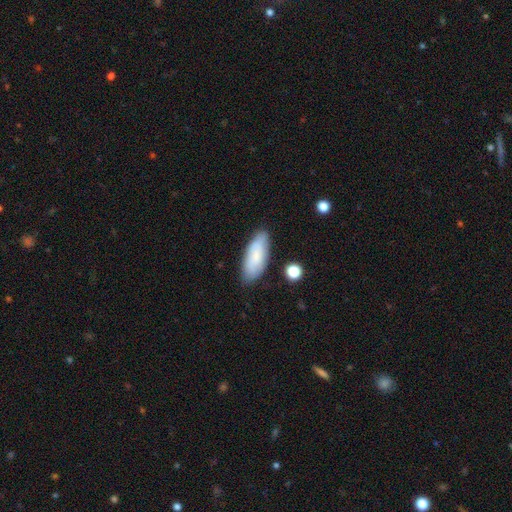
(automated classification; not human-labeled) A smooth galaxy with no disk features (76%) that is in between round and cigar-shaped (80%). Merging: none (80%).